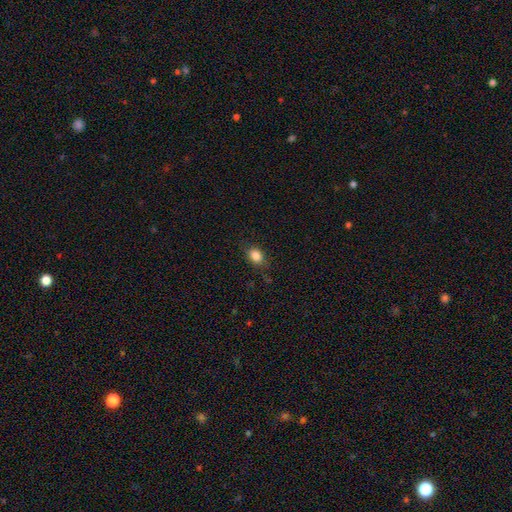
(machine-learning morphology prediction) This appears to be a smooth galaxy with no disk features (84%) that is in between round and cigar-shaped (57%). Merging: none (79%).